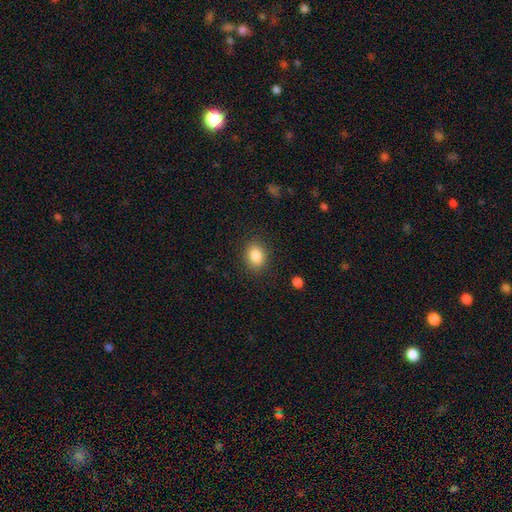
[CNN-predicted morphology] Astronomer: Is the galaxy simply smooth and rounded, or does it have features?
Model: smooth — 86%.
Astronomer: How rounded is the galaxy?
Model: in between — 60% (runner-up: round, 39%).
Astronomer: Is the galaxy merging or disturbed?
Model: none — 86%.